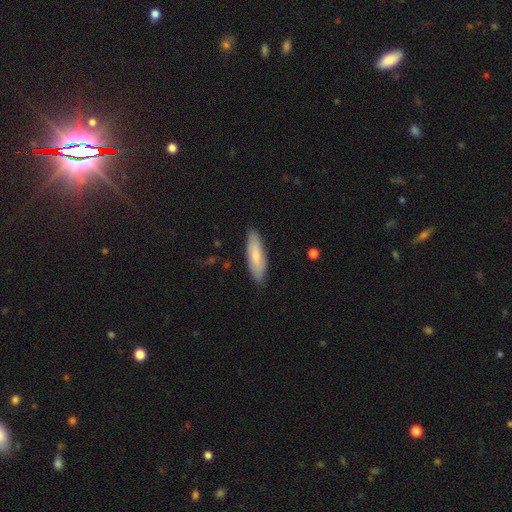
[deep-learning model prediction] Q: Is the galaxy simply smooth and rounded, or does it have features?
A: smooth — 71%.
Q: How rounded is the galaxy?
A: cigar-shaped — 53%.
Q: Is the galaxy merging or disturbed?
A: none — 85%.